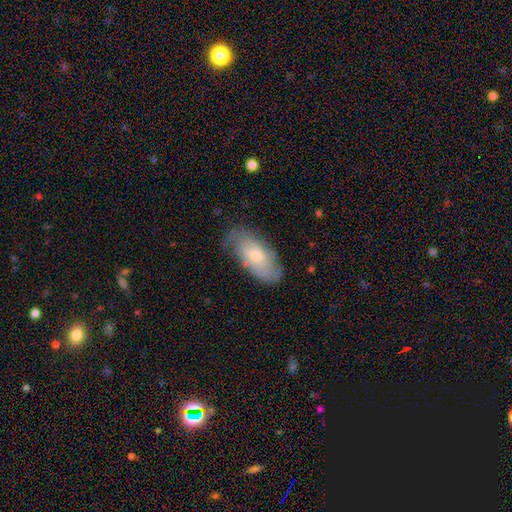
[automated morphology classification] The model was most divided on "smooth or featured": smooth: 49%, featured or disk: 45%, star or artifact: 6%. More confident: merging — none (67%).